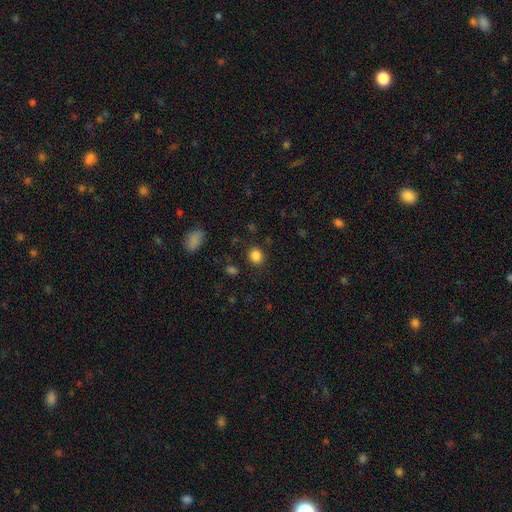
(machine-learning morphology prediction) A smooth galaxy with no disk features (84%) that is round (68%). Merging: none (85%).